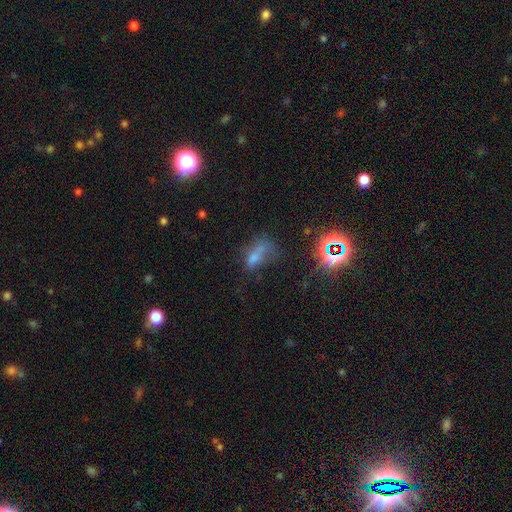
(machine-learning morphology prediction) The model was most divided on "merging": major disturbance: 38%, none: 29%, minor disturbance: 22%, merger: 11%. More confident: how rounded — in between (73%); smooth or featured — smooth (52%).